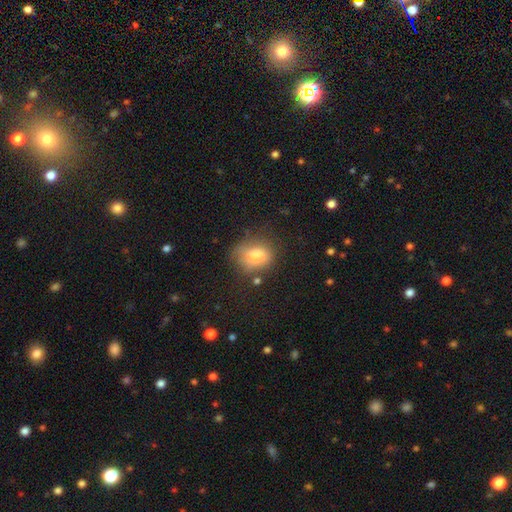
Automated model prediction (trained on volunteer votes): This appears to be a smooth galaxy with no disk features (79%) that is in between round and cigar-shaped (51%). Merging: none (60%).